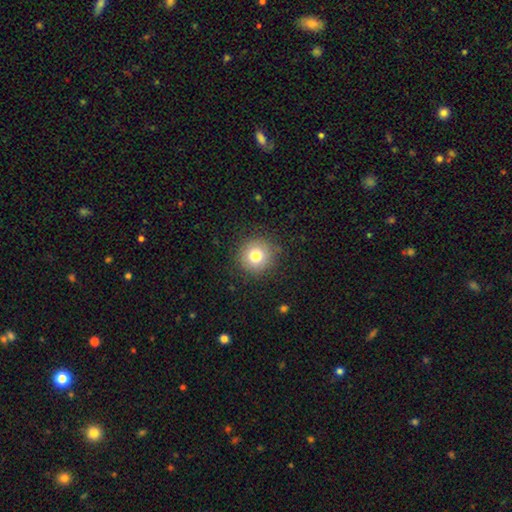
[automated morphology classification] smooth 78%, star or artifact 11%, featured or disk 11%. Down the decision tree: how rounded — round (94%); merging — none (88%).